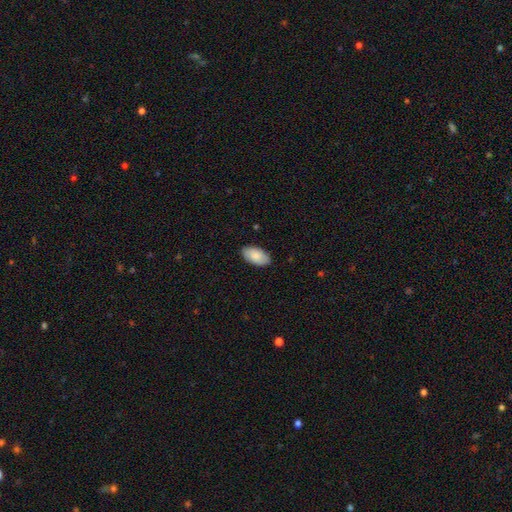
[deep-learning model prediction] Smooth or featured?
  - smooth: 87% *
  - featured or disk: 8%
  - star or artifact: 6%
How rounded?
  - in between: 96% *
  - round: 3%
  - cigar-shaped: 2%
Merging?
  - none: 87% *
  - minor disturbance: 10%
  - major disturbance: 2%
  - merger: 1%